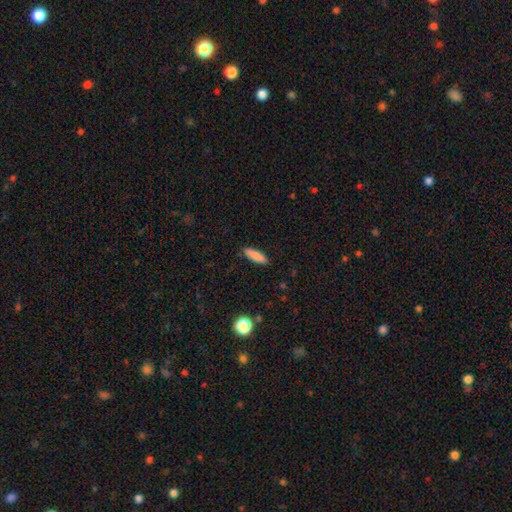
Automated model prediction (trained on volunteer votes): Morphology: type=smooth (85%); roundness=cigar-shaped (57%); merging=none (88%).